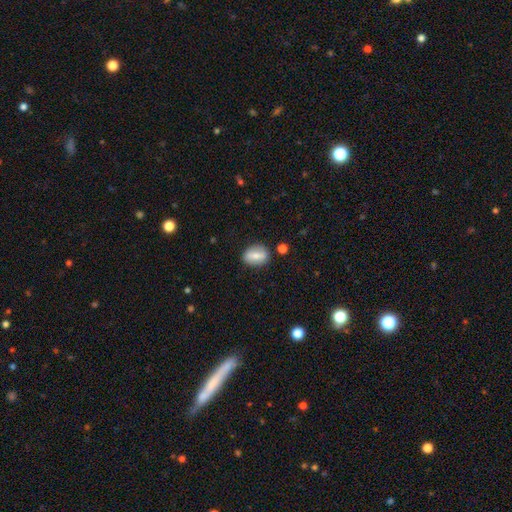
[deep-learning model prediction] Morphology: type=smooth (66%); roundness=in between (72%); merging=none (82%).